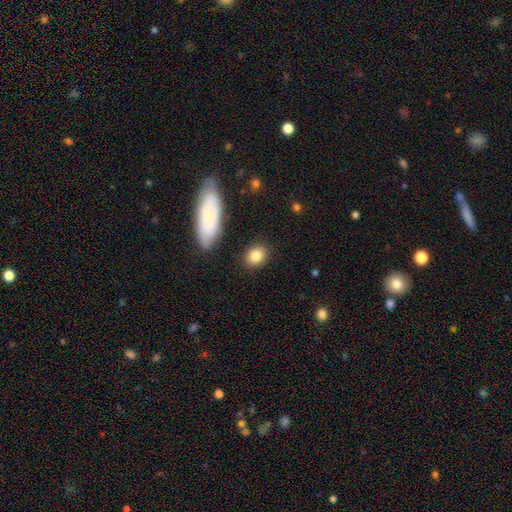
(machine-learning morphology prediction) Smooth or featured?
  - smooth: 84% *
  - star or artifact: 8%
  - featured or disk: 8%
How rounded?
  - round: 50% *
  - in between: 48%
  - cigar-shaped: 2%
Merging?
  - none: 86% *
  - minor disturbance: 9%
  - major disturbance: 3%
  - merger: 2%